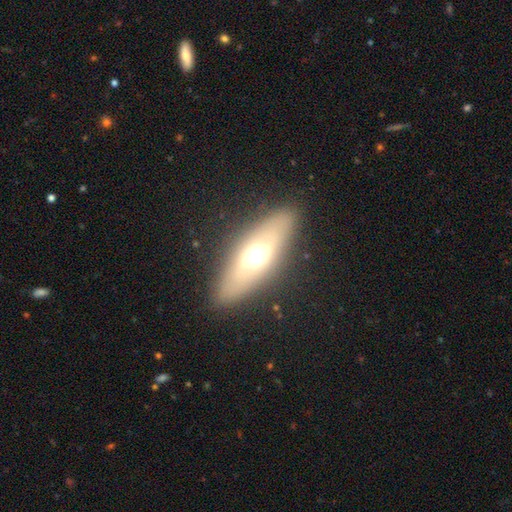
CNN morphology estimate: type=featured or disk (50%); edge-on=no (50%, tied with yes); merging=none (87%).